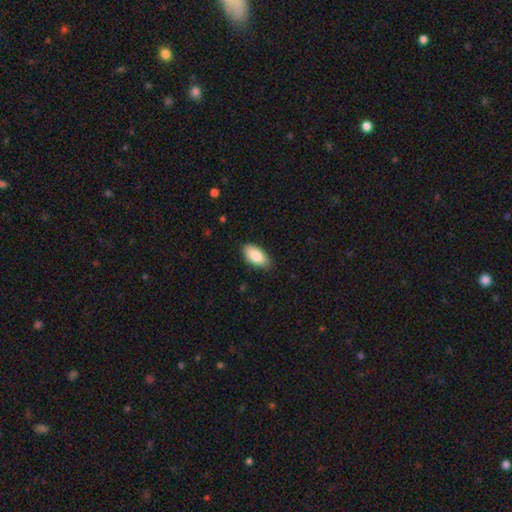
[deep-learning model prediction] Smooth or featured?
  - smooth: 85% *
  - featured or disk: 9%
  - star or artifact: 6%
How rounded?
  - in between: 93% *
  - cigar-shaped: 4%
  - round: 3%
Merging?
  - none: 84% *
  - minor disturbance: 13%
  - major disturbance: 2%
  - merger: 1%